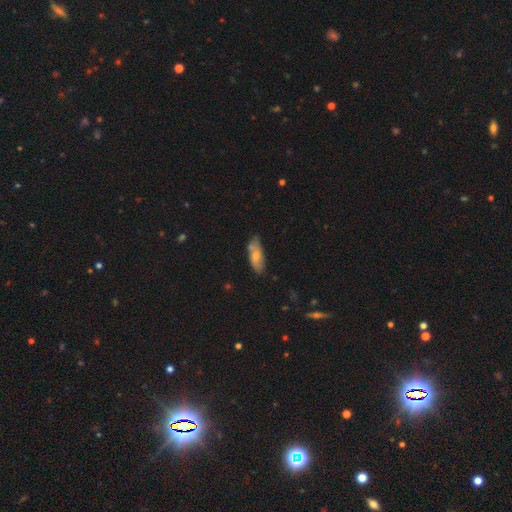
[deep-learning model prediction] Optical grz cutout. It shows a smooth galaxy with no disk features (65%) that is in between round and cigar-shaped (71%). Merging: none (62%).